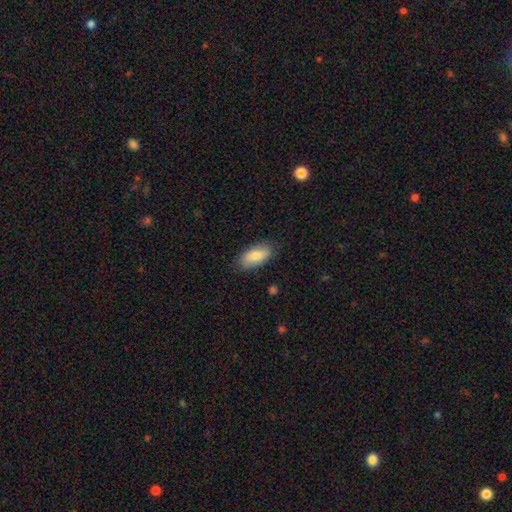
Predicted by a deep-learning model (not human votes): Overall: smooth (81%). How rounded: in between (91%). Merging: none (83%).